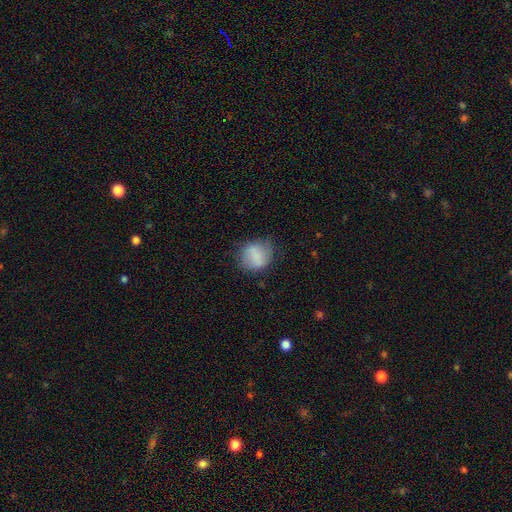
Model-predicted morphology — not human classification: Smooth or featured? Predicted: smooth (p=0.78). How rounded? Predicted: round (p=0.72). Merging? Predicted: none (p=0.67).